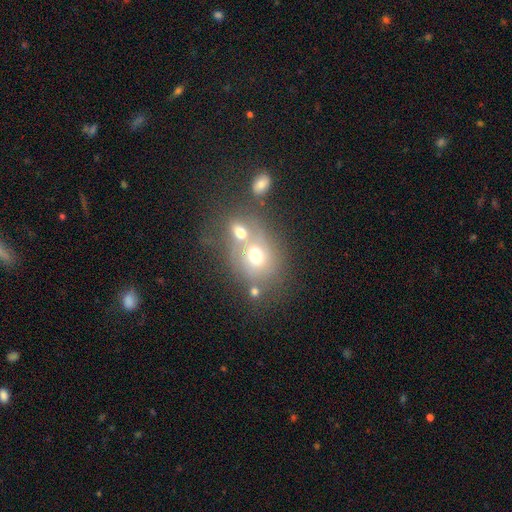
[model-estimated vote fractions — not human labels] smooth 64%, featured or disk 21%, star or artifact 14%. Down the decision tree: how rounded — round (66%); merging — merger (52%).